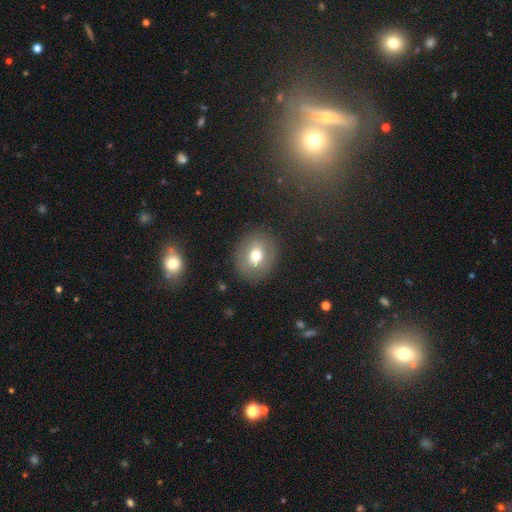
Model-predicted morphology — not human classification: This is likely a smooth galaxy (68%). How rounded: possibly round (59%). Merging: clearly none (86%).